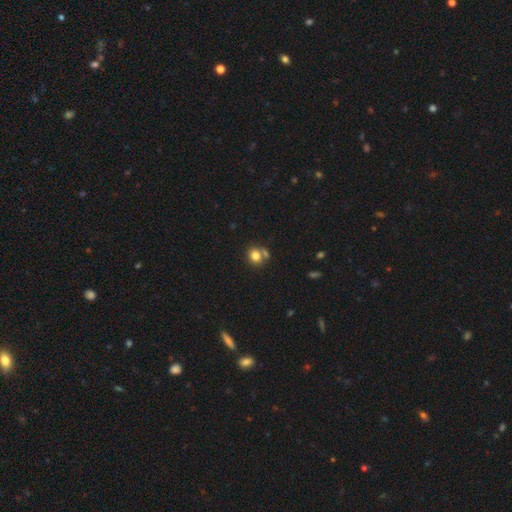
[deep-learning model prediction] This is clearly a smooth galaxy (81%). How rounded: likely round (69%). Merging: possibly none (58%).